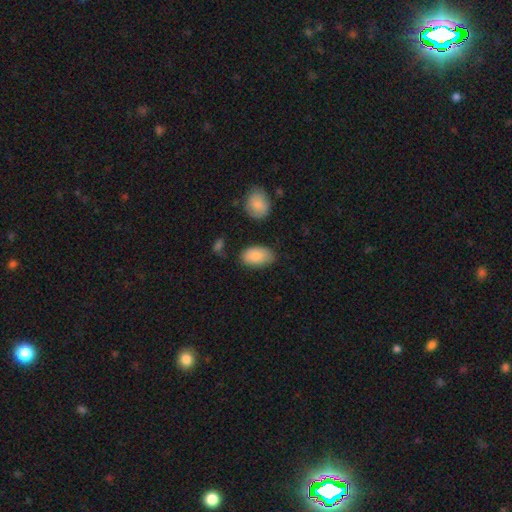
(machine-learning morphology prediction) Smooth or featured? Predicted: smooth (p=0.86). How rounded? Predicted: in between (p=0.94). Merging? Predicted: none (p=0.71).